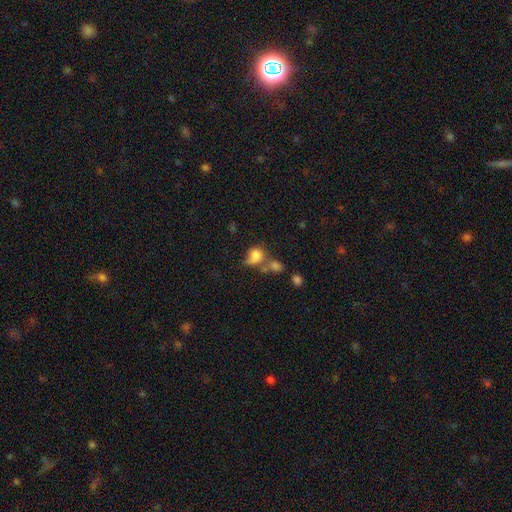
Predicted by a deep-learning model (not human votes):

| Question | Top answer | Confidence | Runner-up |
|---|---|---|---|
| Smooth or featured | smooth | 76% | featured or disk (14%) |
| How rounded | round | 60% | in between (38%) |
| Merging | merger | 37% | none (29%) |